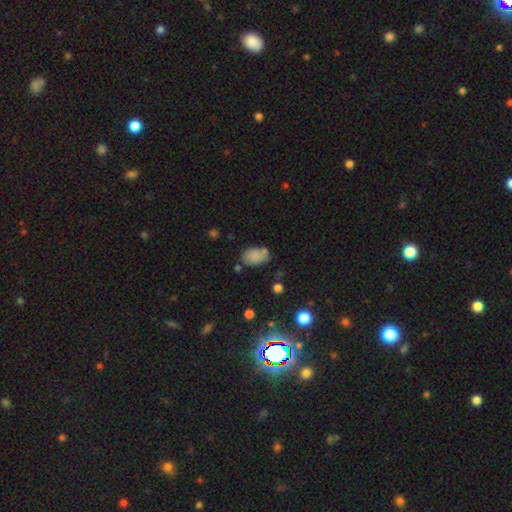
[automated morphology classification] smooth 83%, star or artifact 10%, featured or disk 7%. Down the decision tree: how rounded — in between (88%); merging — none (65%).